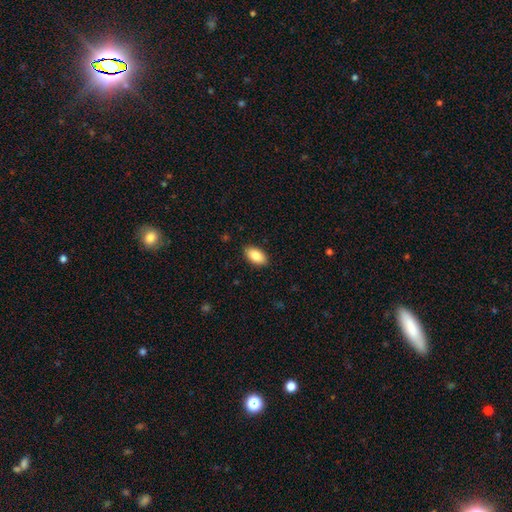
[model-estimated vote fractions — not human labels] Smooth or featured: smooth — 87% (star or artifact — 7%)
How rounded: in between — 94% (round — 3%)
Merging: none — 89% (minor disturbance — 8%)